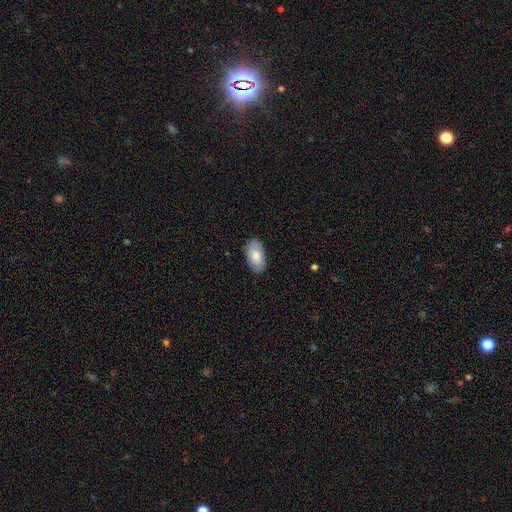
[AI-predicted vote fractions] This is likely a smooth galaxy (79%). How rounded: clearly in between (95%). Merging: clearly none (85%).